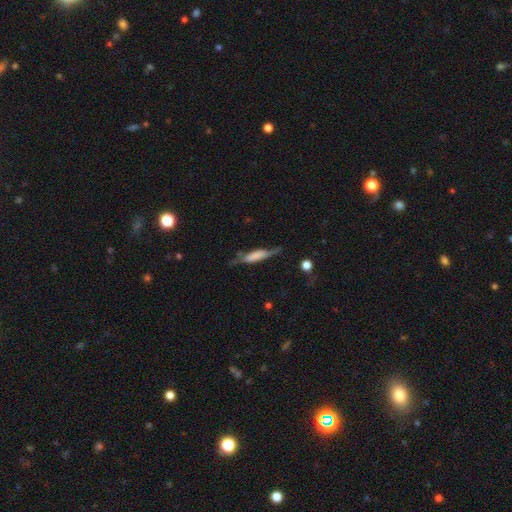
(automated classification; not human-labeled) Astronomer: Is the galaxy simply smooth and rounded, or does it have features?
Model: smooth — 50% (runner-up: featured or disk, 42%).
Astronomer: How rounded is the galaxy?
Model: cigar-shaped — 73%.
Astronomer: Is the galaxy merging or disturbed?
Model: none — 52% (runner-up: minor disturbance, 29%).